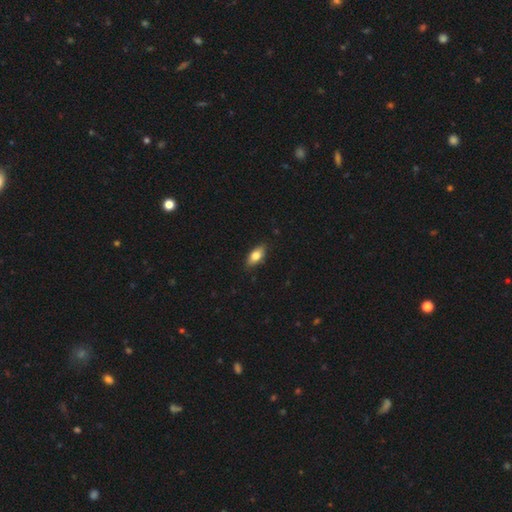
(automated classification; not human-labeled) This appears to be a smooth galaxy with no disk features (73%) that is in between round and cigar-shaped (83%). Merging: none (85%).